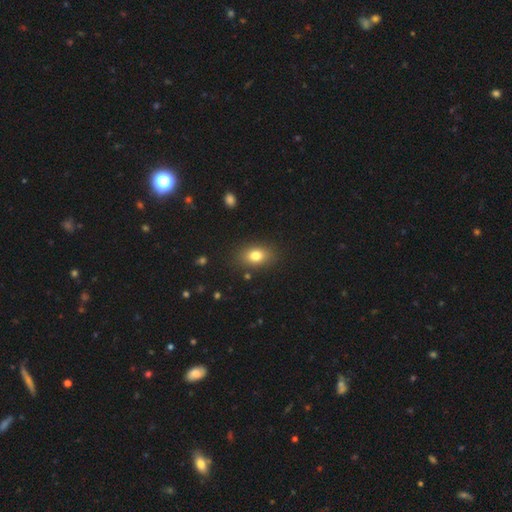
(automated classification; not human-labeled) Smooth or featured? Predicted: smooth (p=0.79). How rounded? Predicted: in between (p=0.77). Merging? Predicted: none (p=0.85).